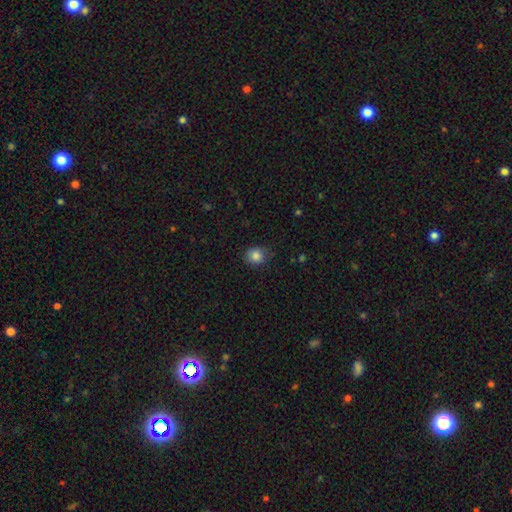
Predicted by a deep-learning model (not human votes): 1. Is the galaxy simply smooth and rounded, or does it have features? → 84% smooth, 11% star or artifact, 5% featured or disk.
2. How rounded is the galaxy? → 80% round, 20% in between, 1% cigar-shaped.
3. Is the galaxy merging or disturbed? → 82% none, 14% minor disturbance, 3% major disturbance, 1% merger.